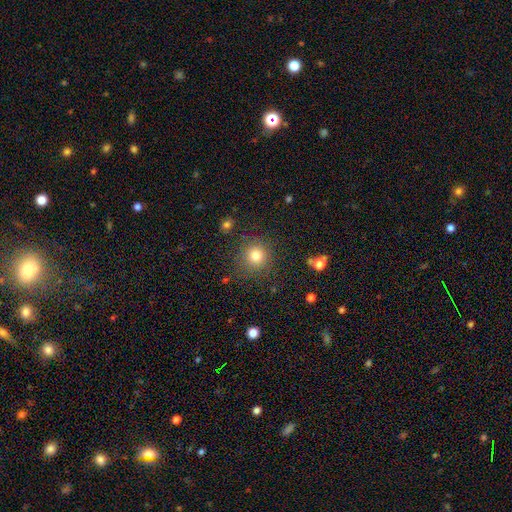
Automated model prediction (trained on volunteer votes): A smooth galaxy with no disk features (80%) that is round (93%).

Vote fractions:
- Smooth or featured? smooth: 80% / star or artifact: 13% / featured or disk: 7%
- How rounded? round: 93% / in between: 6% / cigar-shaped: 1%
- Merging? none: 85% / minor disturbance: 9% / major disturbance: 4% / merger: 2%